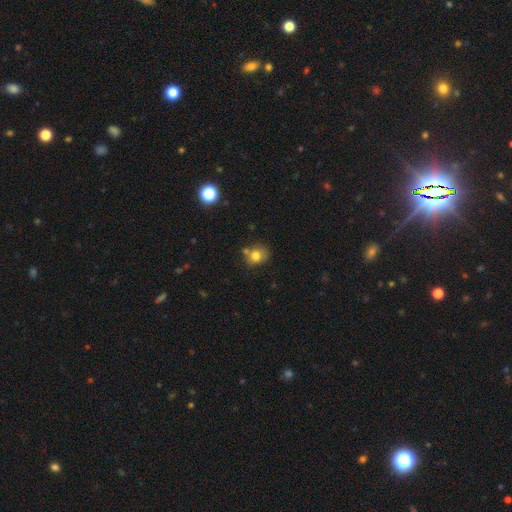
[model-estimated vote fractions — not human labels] The model was most divided on "merging": none: 61%, minor disturbance: 18%, merger: 17%, major disturbance: 5%. More confident: smooth or featured — smooth (78%); how rounded — round (74%).